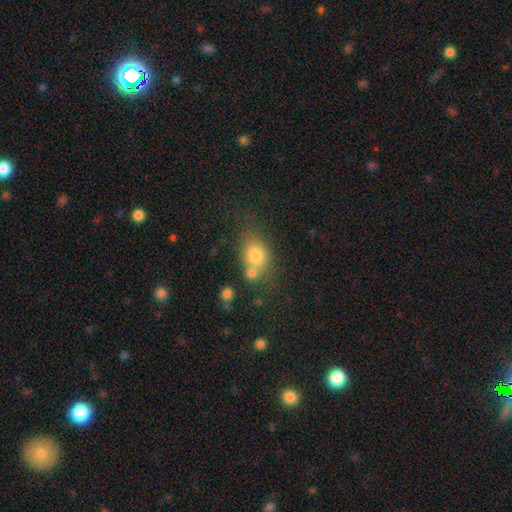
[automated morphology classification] A smooth galaxy with no disk features (76%) that is in between round and cigar-shaped (52%). Merging: none (47%).